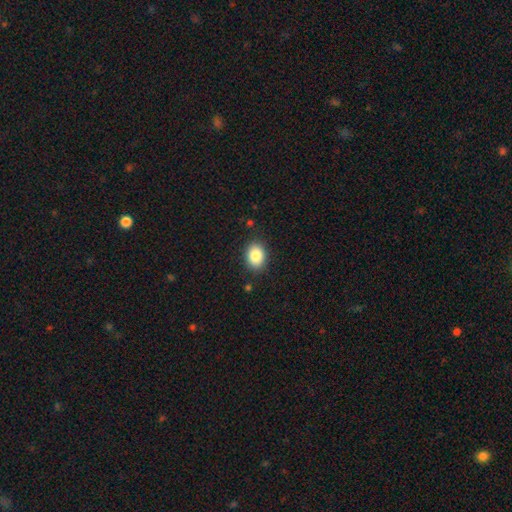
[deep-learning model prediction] Smooth or featured: smooth — 86% (star or artifact — 8%)
How rounded: in between — 70% (round — 29%)
Merging: none — 86% (minor disturbance — 10%)